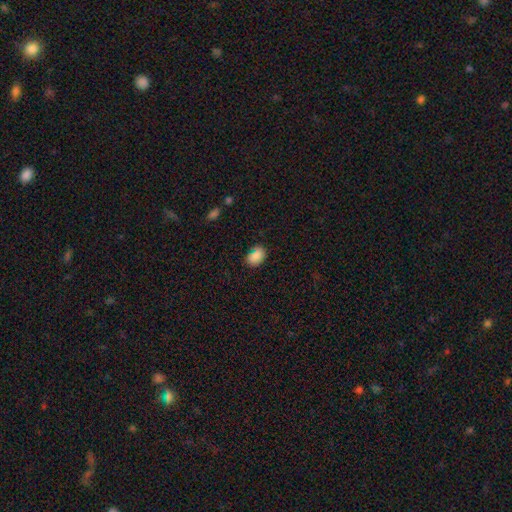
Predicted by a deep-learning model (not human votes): Overall: smooth (87%). How rounded: in between (73%). Merging: none (76%).